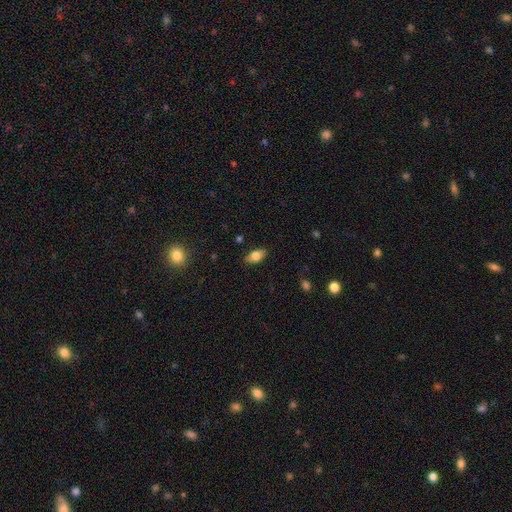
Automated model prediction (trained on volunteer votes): Smooth or featured? Predicted: smooth (p=0.73). How rounded? Predicted: in between (p=0.88). Merging? Predicted: none (p=0.85).